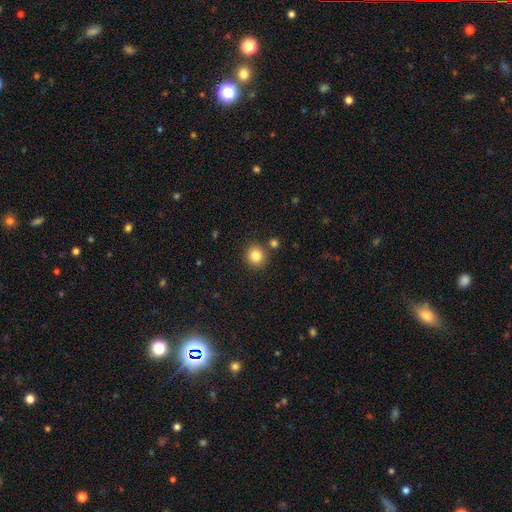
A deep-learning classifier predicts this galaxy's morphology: Smooth or featured?
  - smooth: 82% *
  - star or artifact: 12%
  - featured or disk: 6%
How rounded?
  - round: 90% *
  - in between: 9%
  - cigar-shaped: 1%
Merging?
  - none: 84% *
  - minor disturbance: 7%
  - merger: 6%
  - major disturbance: 2%